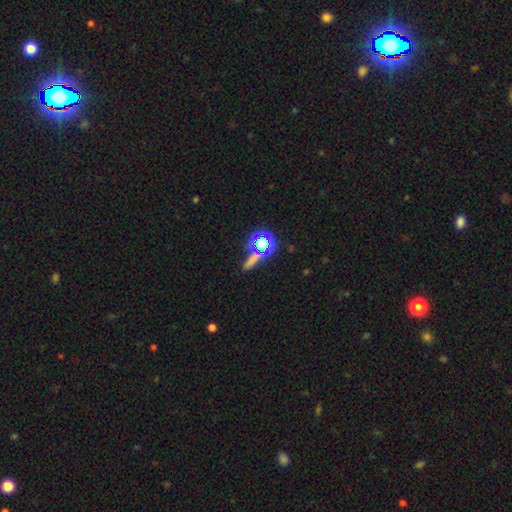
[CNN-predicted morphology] A star or artifact, not a galaxy (56%).